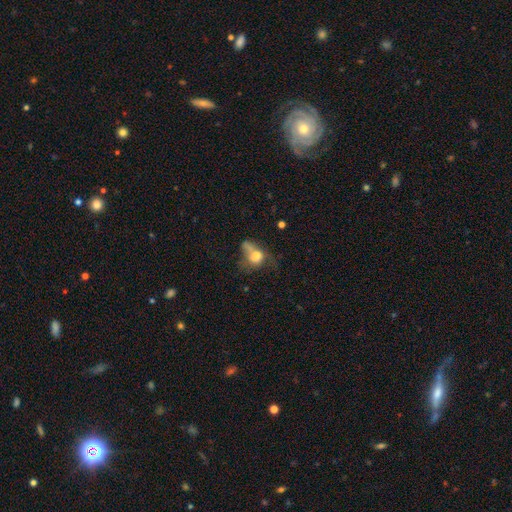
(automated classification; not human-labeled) smooth_or_featured: smooth (p=0.68) [alt: featured or disk p=0.21]
how_rounded: in between (p=0.50) [alt: round p=0.48]
merging: major disturbance (p=0.30) [alt: merger p=0.28]